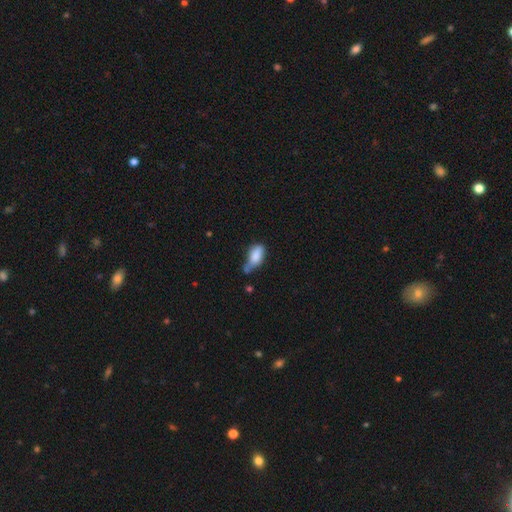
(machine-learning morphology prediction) type=smooth (79%); roundness=in between (87%); merging=minor disturbance (34%).